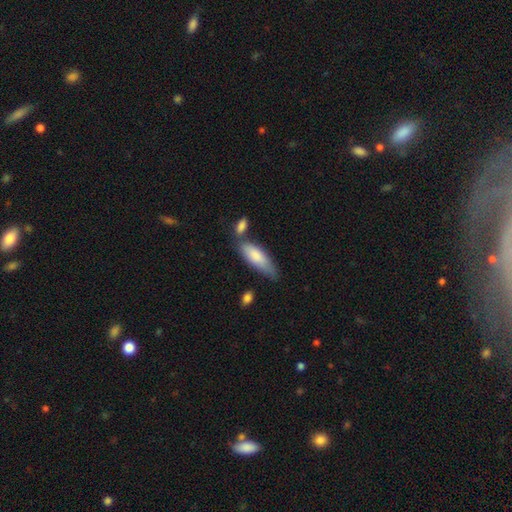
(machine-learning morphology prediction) Smooth or featured: smooth — 80% (featured or disk — 15%)
How rounded: in between — 59% (cigar-shaped — 39%)
Merging: none — 50% (minor disturbance — 24%)